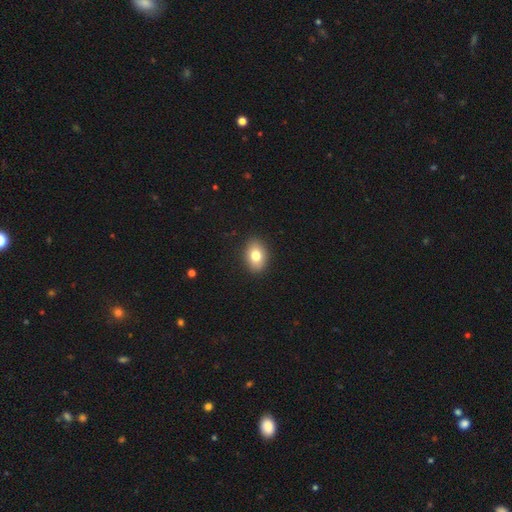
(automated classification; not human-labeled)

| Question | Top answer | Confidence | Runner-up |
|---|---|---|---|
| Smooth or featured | smooth | 79% | featured or disk (13%) |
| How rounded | in between | 82% | round (17%) |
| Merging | none | 89% | minor disturbance (8%) |